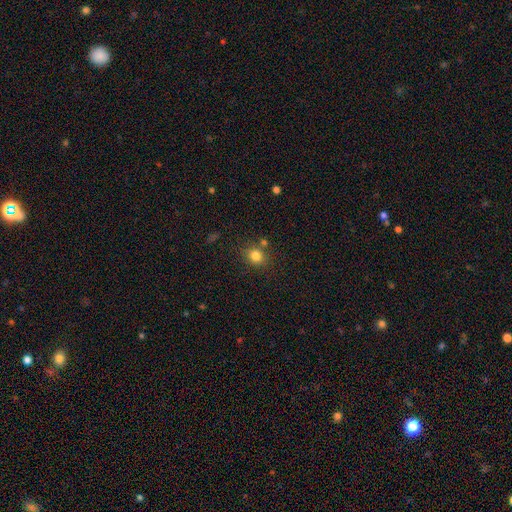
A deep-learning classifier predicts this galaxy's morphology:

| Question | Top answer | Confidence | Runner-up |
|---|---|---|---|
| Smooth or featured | smooth | 82% | star or artifact (12%) |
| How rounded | round | 69% | in between (30%) |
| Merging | none | 75% | minor disturbance (11%) |